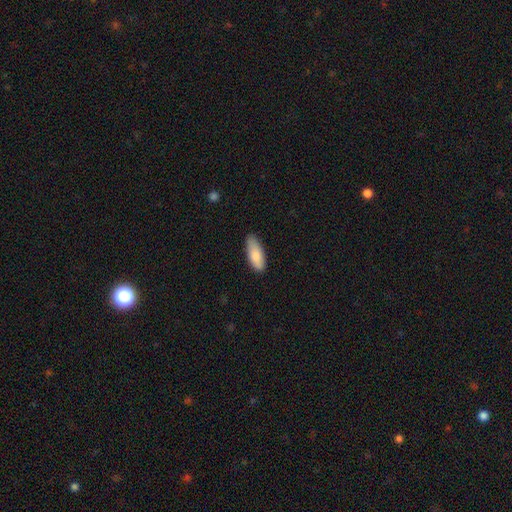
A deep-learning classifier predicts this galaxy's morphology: smooth-or-featured: smooth: 84% | featured or disk: 11% | star or artifact: 6%
  how-rounded: in between: 74% | cigar-shaped: 24% | round: 2%
  merging: none: 80% | minor disturbance: 16% | major disturbance: 2% | merger: 1%